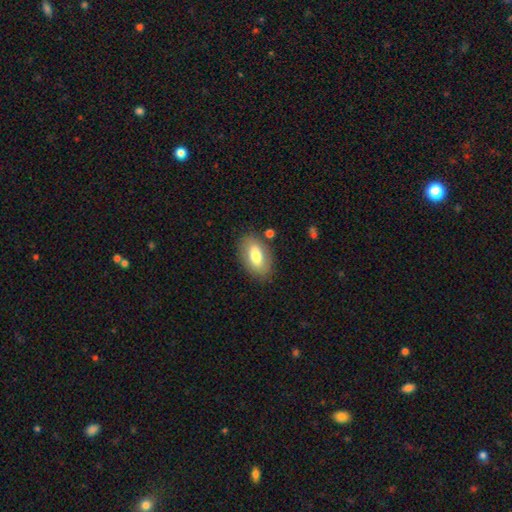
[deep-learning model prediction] smooth 73%, featured or disk 20%, star or artifact 7%. Down the decision tree: how rounded — in between (91%); merging — none (81%).